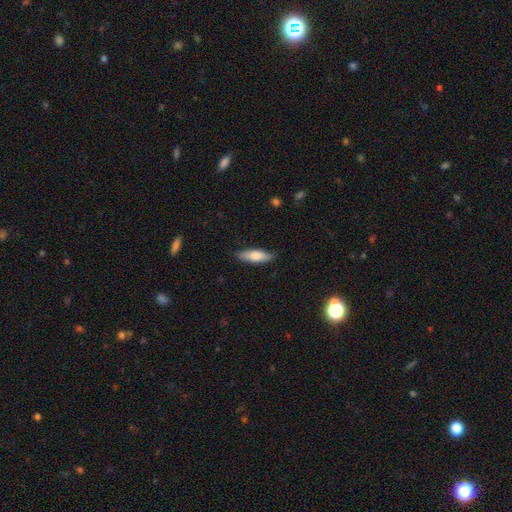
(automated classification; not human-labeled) Morphology: type=smooth (75%); roundness=in between (50%); merging=none (85%).